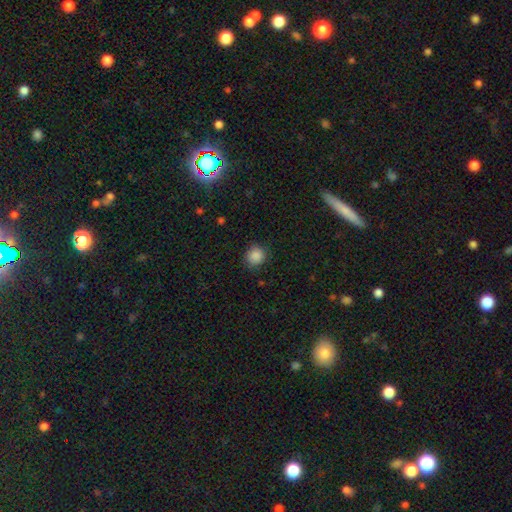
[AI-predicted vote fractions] A smooth galaxy with no disk features (87%) that is round (85%). Merging: none (86%).